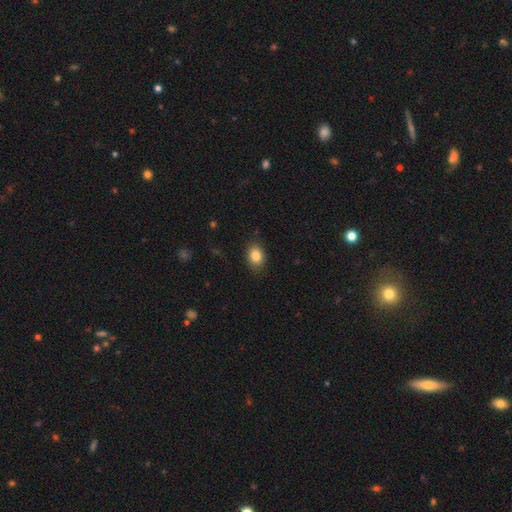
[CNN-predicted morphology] Q: Smooth or featured?
A: smooth (84%); runner-up: star or artifact (9%)
Q: How rounded?
A: in between (71%); runner-up: round (27%)
Q: Merging?
A: none (87%); runner-up: minor disturbance (10%)